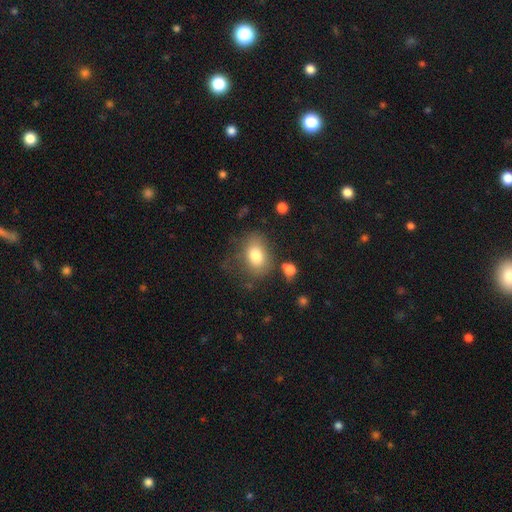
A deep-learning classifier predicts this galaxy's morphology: This is likely a smooth galaxy (77%). How rounded: likely in between (72%). Merging: possibly none (56%).